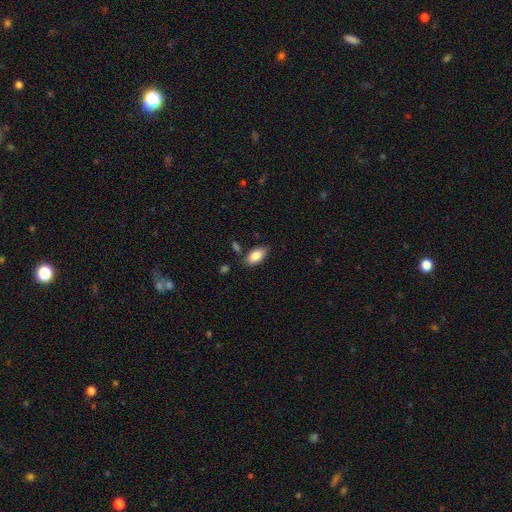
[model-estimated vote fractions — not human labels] This is clearly a smooth galaxy (85%). How rounded: clearly in between (92%). Merging: clearly none (81%).